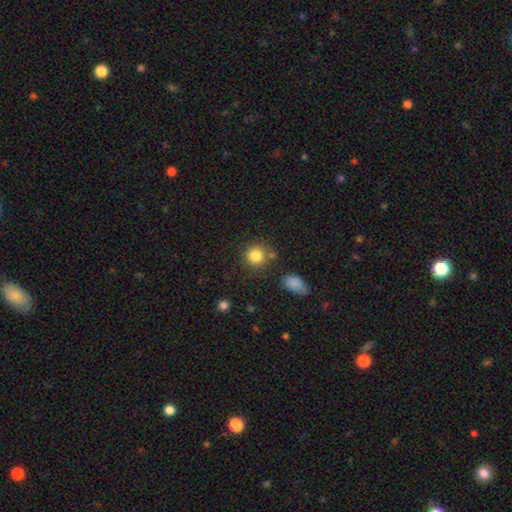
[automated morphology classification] This appears to be a smooth galaxy with no disk features (84%) that is round (88%). Merging: none (76%).